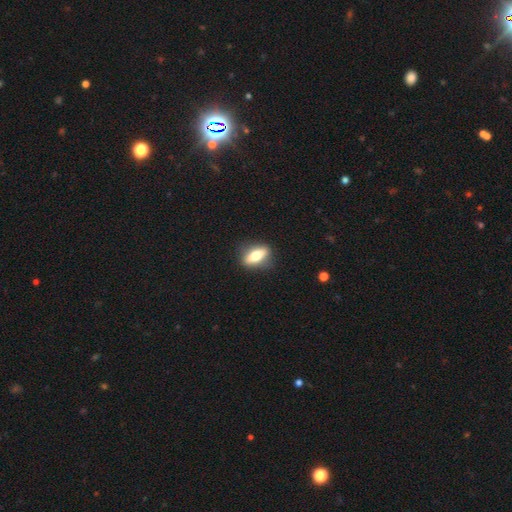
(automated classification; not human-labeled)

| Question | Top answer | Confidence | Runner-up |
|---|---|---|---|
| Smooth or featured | smooth | 57% | featured or disk (36%) |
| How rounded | in between | 68% | cigar-shaped (24%) |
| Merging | none | 85% | minor disturbance (10%) |